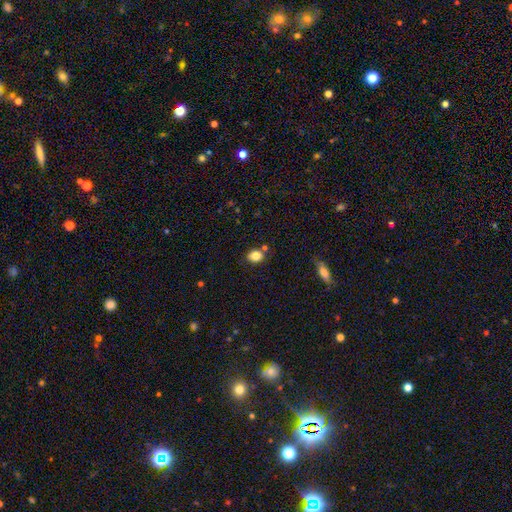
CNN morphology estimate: smooth_or_featured: smooth (p=0.83) [alt: star or artifact p=0.10]
how_rounded: round (p=0.50) [alt: in between p=0.49]
merging: none (p=0.73) [alt: minor disturbance p=0.14]